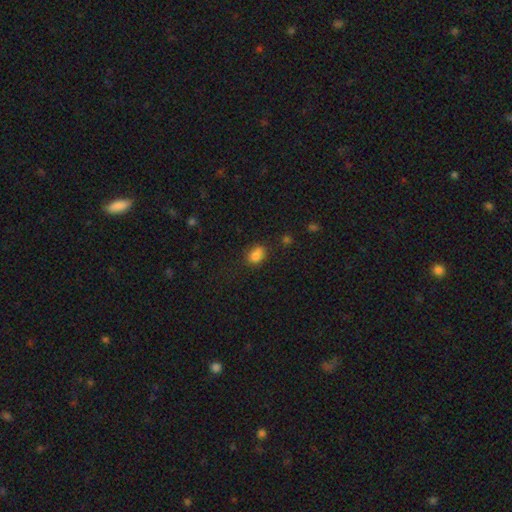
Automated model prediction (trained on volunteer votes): Smooth or featured?
  - smooth: 81% *
  - star or artifact: 12%
  - featured or disk: 7%
How rounded?
  - in between: 65% *
  - round: 34%
  - cigar-shaped: 2%
Merging?
  - none: 59% *
  - minor disturbance: 25%
  - merger: 9%
  - major disturbance: 7%